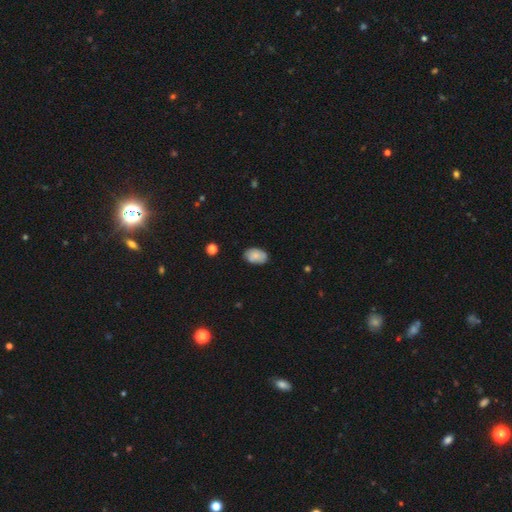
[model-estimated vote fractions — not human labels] Smooth or featured: smooth — 77% (featured or disk — 15%)
How rounded: in between — 91% (round — 8%)
Merging: none — 76% (minor disturbance — 19%)